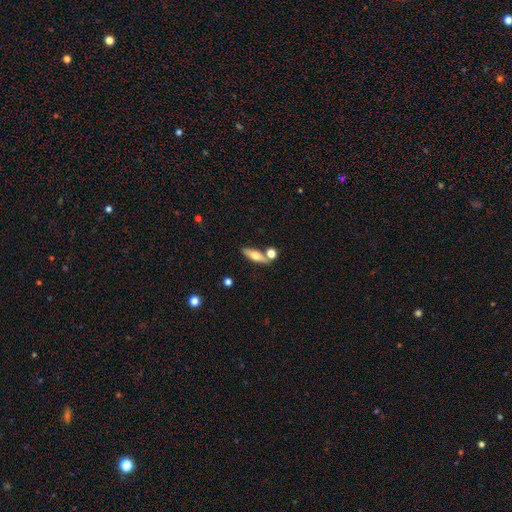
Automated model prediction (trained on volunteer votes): This is possibly a smooth galaxy (54%). How rounded: possibly cigar-shaped (51%). Merging: likely none (70%).